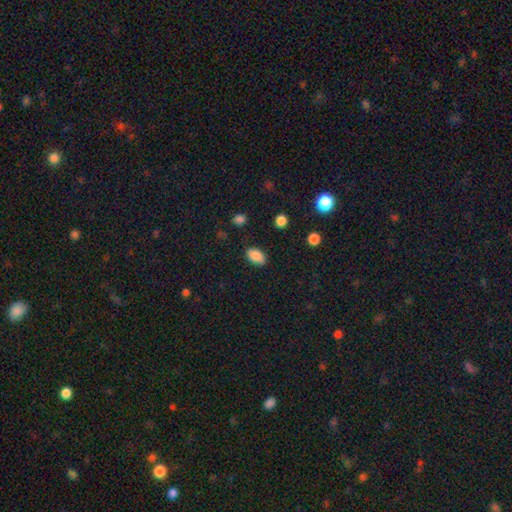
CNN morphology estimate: smooth_or_featured: smooth (p=0.87) [alt: star or artifact p=0.09]
how_rounded: in between (p=0.90) [alt: round p=0.08]
merging: none (p=0.85) [alt: minor disturbance p=0.11]